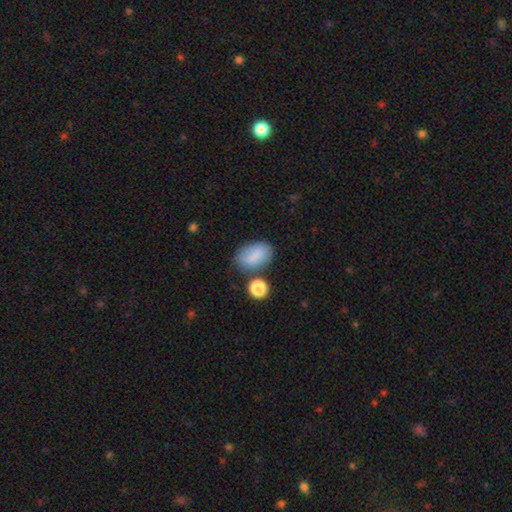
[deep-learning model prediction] smooth 82%, featured or disk 10%, star or artifact 9%. Down the decision tree: how rounded — in between (87%); merging — none (65%).